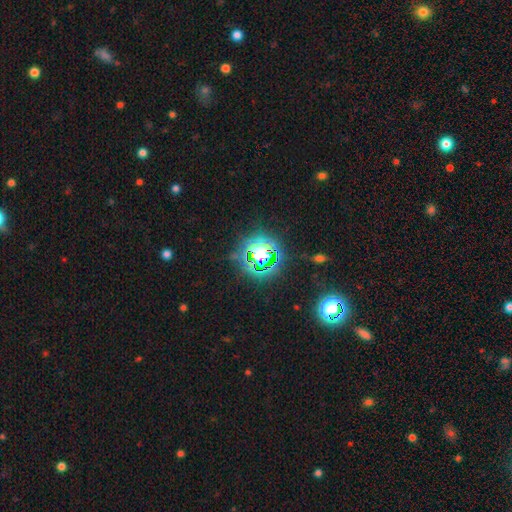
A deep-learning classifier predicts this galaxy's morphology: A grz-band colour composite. It shows a star or artifact, not a galaxy (81%).